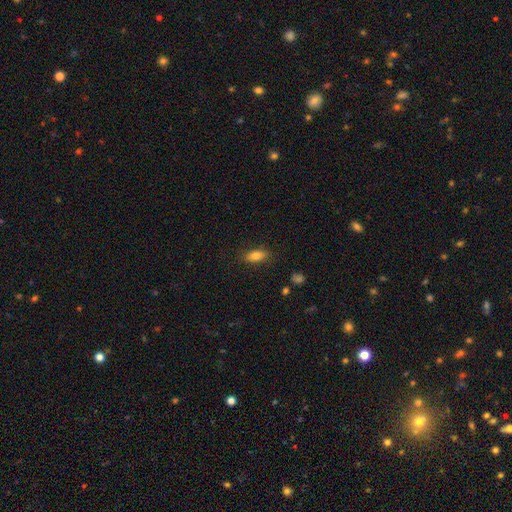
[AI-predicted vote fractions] Morphology: type=smooth (80%); roundness=in between (77%); merging=none (84%).